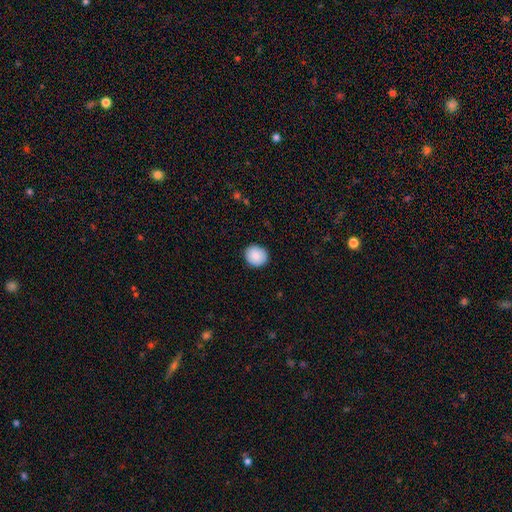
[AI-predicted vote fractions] Smooth or featured? Predicted: smooth (p=0.89). How rounded? Predicted: round (p=0.84). Merging? Predicted: none (p=0.90).